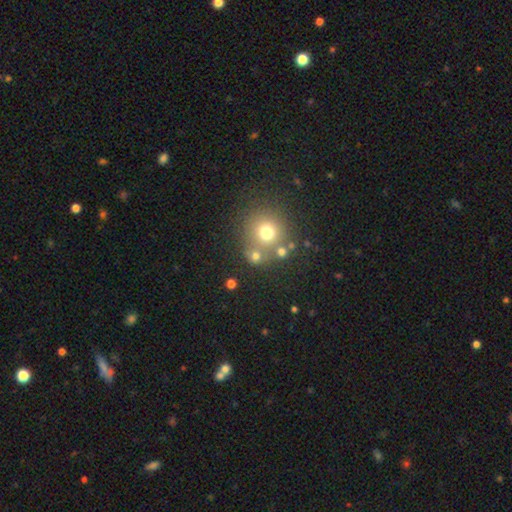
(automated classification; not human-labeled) The model was most divided on "merging": none: 61%, merger: 24%, minor disturbance: 9%, major disturbance: 5%. More confident: how rounded — round (86%); smooth or featured — smooth (69%).